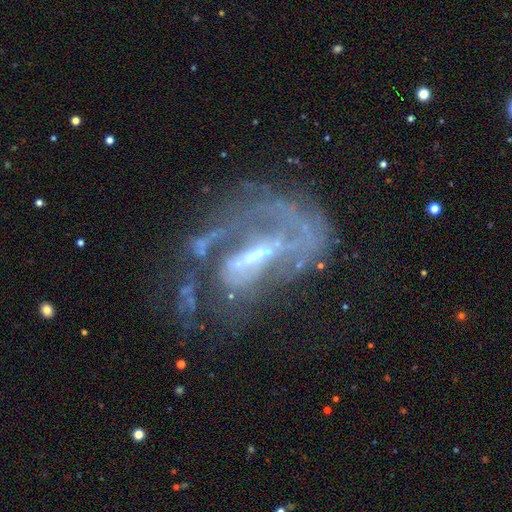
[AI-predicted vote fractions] Smooth or featured: featured or disk — 76% (smooth — 12%)
Edge-on disk: no — 94% (yes — 6%)
Bar: weak — 34% (strong — 33%)
Spiral arms: yes — 59% (no — 41%)
Bulge size: small — 37% (moderate — 35%)
Merging: major disturbance — 45% (none — 28%)